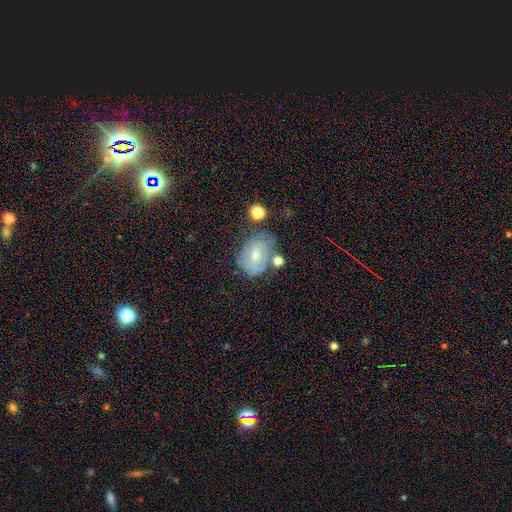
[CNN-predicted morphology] A smooth galaxy with no disk features (47%). Merging: none (50%).